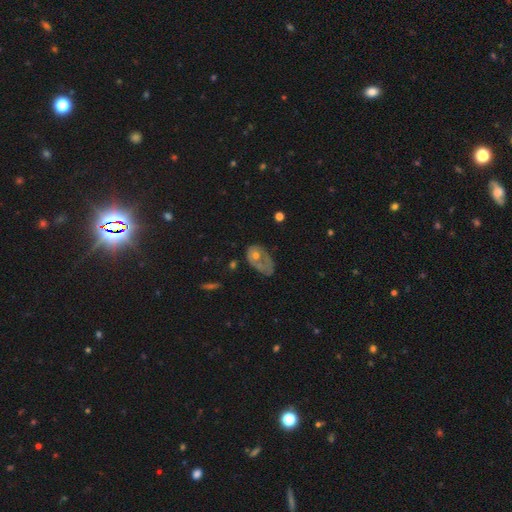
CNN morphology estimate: Overall: smooth (45%, tied with featured or disk). Merging: major disturbance (45%; minor disturbance 26%).